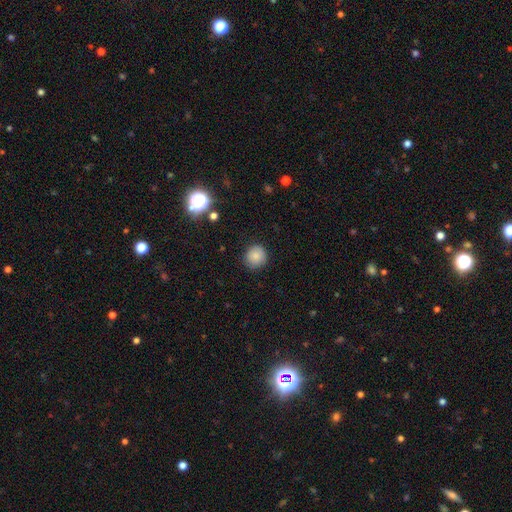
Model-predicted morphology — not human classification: Smooth or featured? smooth (83%)
How rounded? round (92%)
Merging? none (86%)